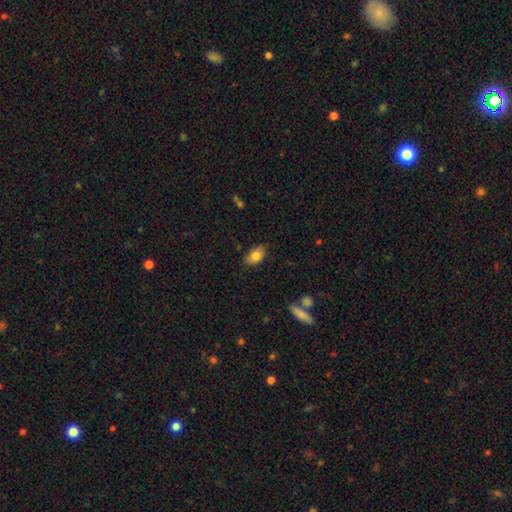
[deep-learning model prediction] smooth-or-featured: smooth: 81% | featured or disk: 11% | star or artifact: 8%
  how-rounded: in between: 88% | round: 11% | cigar-shaped: 2%
  merging: none: 79% | minor disturbance: 17% | major disturbance: 3% | merger: 2%